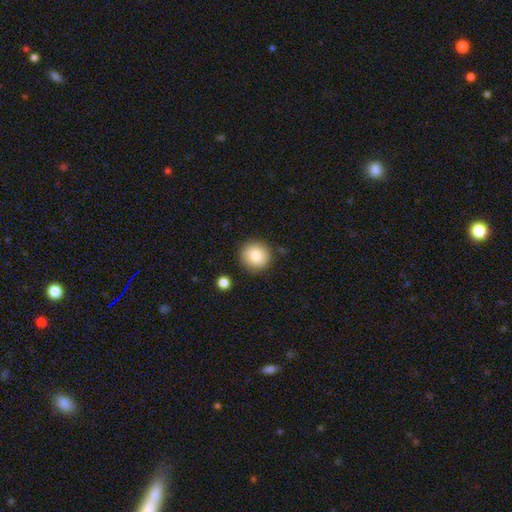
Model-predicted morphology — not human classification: Smooth or featured?
  - smooth: 86% *
  - star or artifact: 8%
  - featured or disk: 6%
How rounded?
  - round: 92% *
  - in between: 7%
  - cigar-shaped: 1%
Merging?
  - none: 88% *
  - minor disturbance: 8%
  - major disturbance: 2%
  - merger: 2%